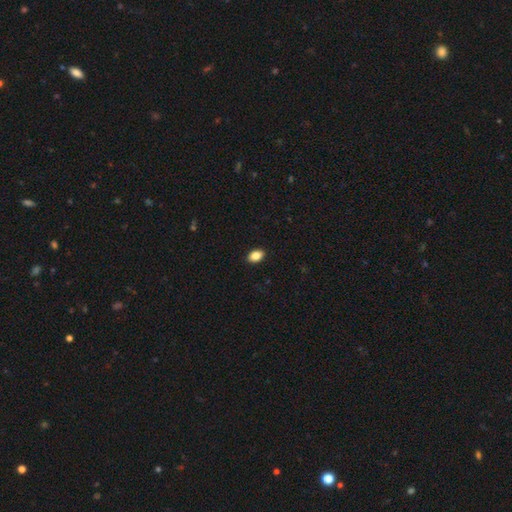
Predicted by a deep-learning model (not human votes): The model was most divided on "how rounded": in between: 87%, round: 12%, cigar-shaped: 2%. More confident: merging — none (90%); smooth or featured — smooth (86%).